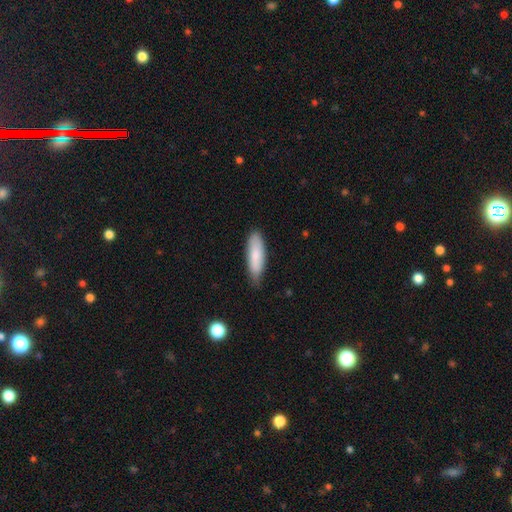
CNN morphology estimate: Smooth or featured: smooth — 81% (featured or disk — 14%)
How rounded: in between — 51% (cigar-shaped — 48%)
Merging: none — 75% (minor disturbance — 21%)